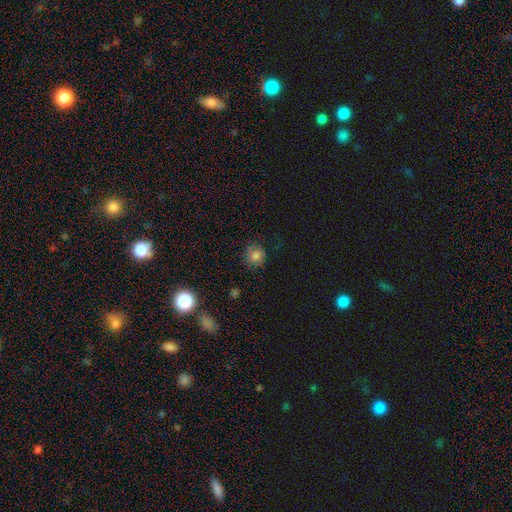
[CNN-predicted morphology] A smooth galaxy with no disk features (71%) that is round (80%). Merging: none (70%).